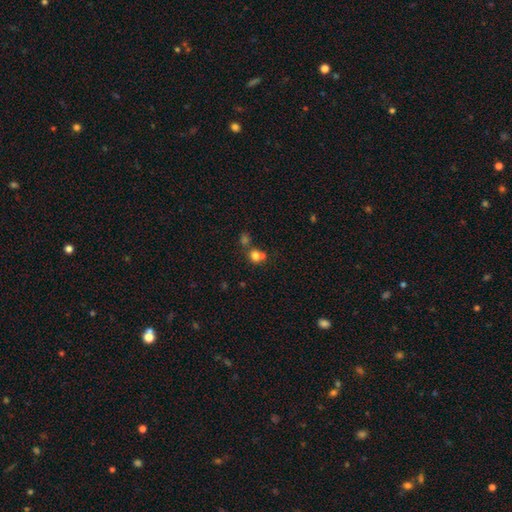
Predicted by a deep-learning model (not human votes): Overall: smooth (74%). How rounded: round (79%). Merging: none (44%, tied with merger).